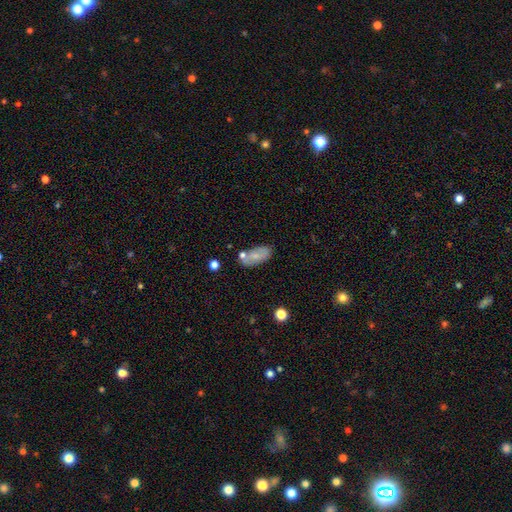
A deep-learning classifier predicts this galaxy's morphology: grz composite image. It shows a smooth galaxy with no disk features (67%) that is in between round and cigar-shaped (90%). Merging: none (65%).